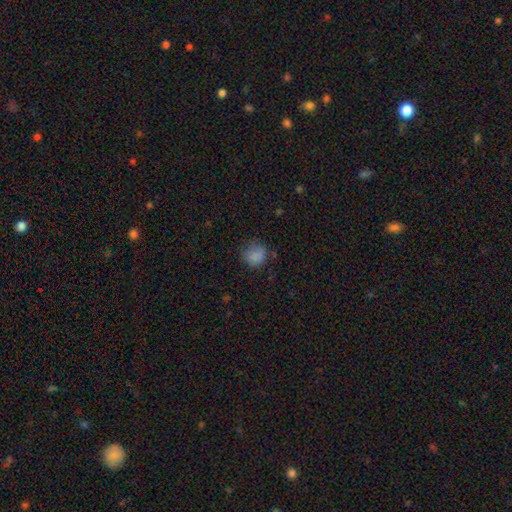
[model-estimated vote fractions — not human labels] Smooth or featured? smooth (81%)
How rounded? round (74%)
Merging? none (63%)